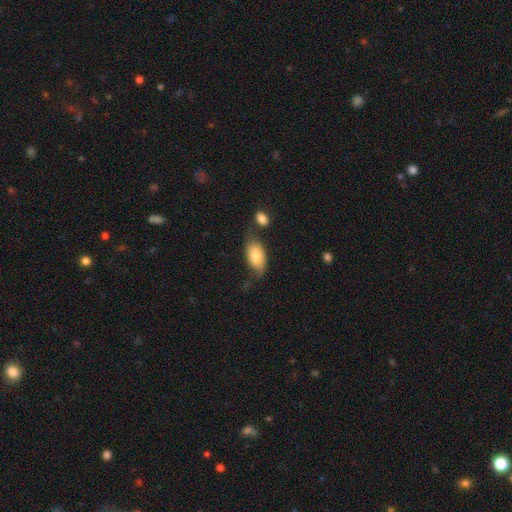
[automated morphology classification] This appears to be a smooth galaxy with no disk features (76%) that is in between round and cigar-shaped (93%). Merging: none (50%).